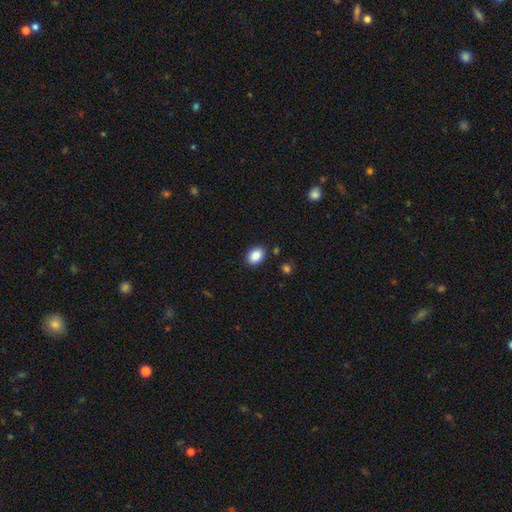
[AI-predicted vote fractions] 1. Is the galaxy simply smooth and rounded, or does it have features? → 88% smooth, 8% star or artifact, 4% featured or disk.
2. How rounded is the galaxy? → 74% in between, 25% round, 1% cigar-shaped.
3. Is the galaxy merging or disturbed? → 88% none, 8% minor disturbance, 2% major disturbance, 2% merger.